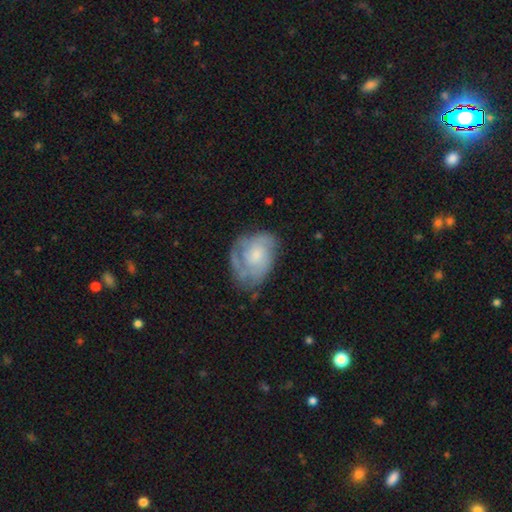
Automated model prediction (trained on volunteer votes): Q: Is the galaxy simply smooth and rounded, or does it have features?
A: featured or disk — 64%.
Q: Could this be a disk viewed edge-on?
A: no — 97%.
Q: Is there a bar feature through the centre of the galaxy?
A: no — 75%.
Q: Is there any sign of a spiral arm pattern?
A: yes — 77%.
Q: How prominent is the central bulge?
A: small — 46%.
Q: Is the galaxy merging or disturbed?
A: none — 54%.